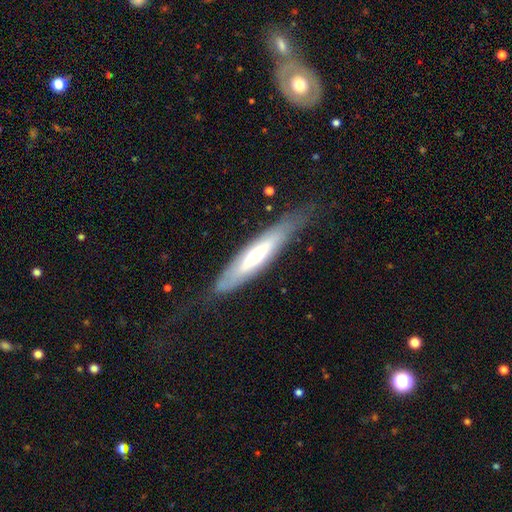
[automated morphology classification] A featured or disk galaxy (50%). Merging: none (69%).